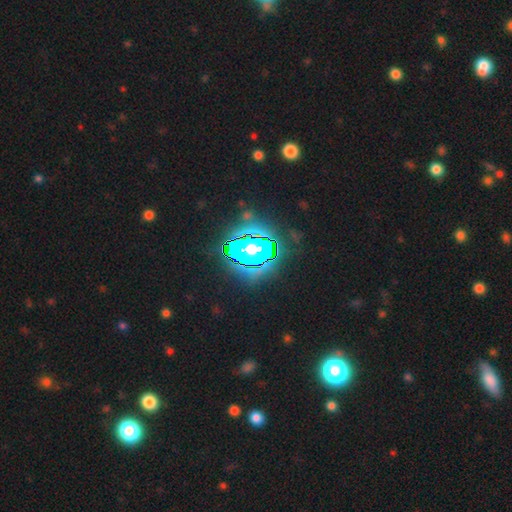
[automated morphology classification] A star or artifact, not a galaxy (62%).

Vote fractions:
- Smooth or featured? star or artifact: 62% / featured or disk: 21% / smooth: 18%